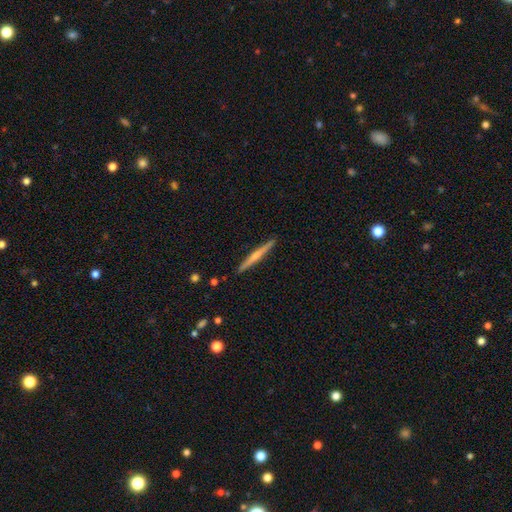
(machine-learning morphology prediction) Q: Smooth or featured?
A: featured or disk (57%); runner-up: smooth (38%)
Q: Edge-on disk?
A: yes (98%); runner-up: no (2%)
Q: Edge-on bulge?
A: rounded (60%); runner-up: none (33%)
Q: Merging?
A: none (91%); runner-up: minor disturbance (6%)